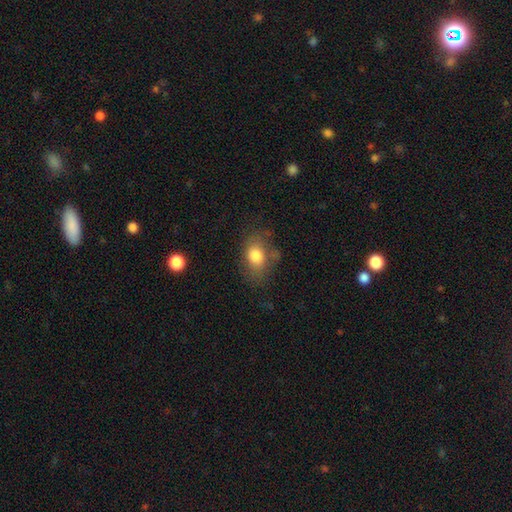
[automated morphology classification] smooth_or_featured: smooth (p=0.77) [alt: featured or disk p=0.13]
how_rounded: in between (p=0.73) [alt: round p=0.26]
merging: none (p=0.58) [alt: minor disturbance p=0.25]